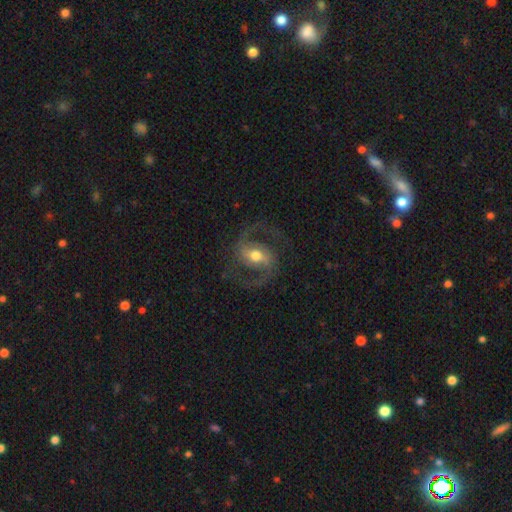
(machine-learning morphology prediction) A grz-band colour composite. It shows a featured or disk galaxy (89%) with a weak bar (44%), 2 (94%) medium (62%) spiral arms (97%) and a moderate central bulge (71%). Merging: none (79%).